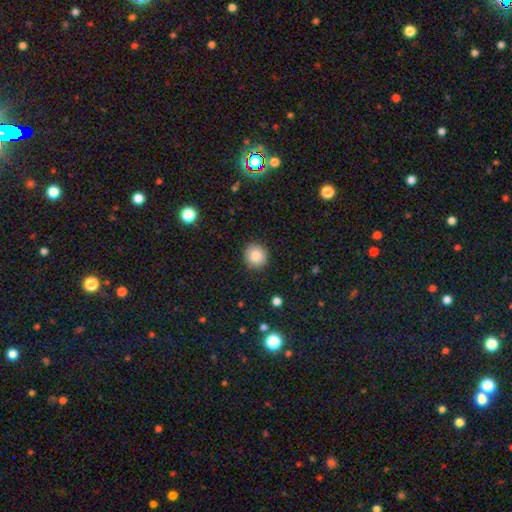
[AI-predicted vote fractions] Overall: smooth (84%). How rounded: round (89%). Merging: none (90%).